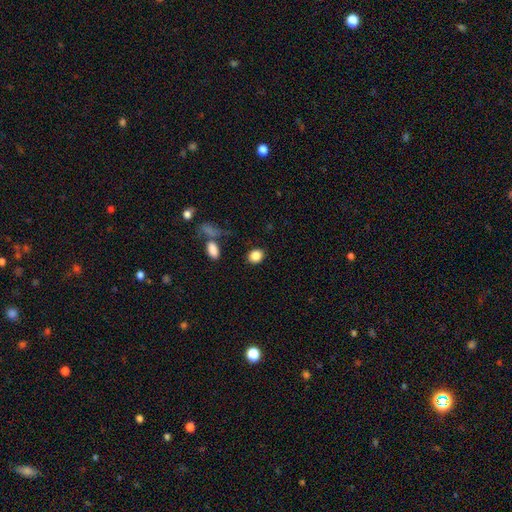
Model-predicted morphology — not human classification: Smooth or featured? Predicted: smooth (p=0.86). How rounded? Predicted: round (p=0.64). Merging? Predicted: none (p=0.84).